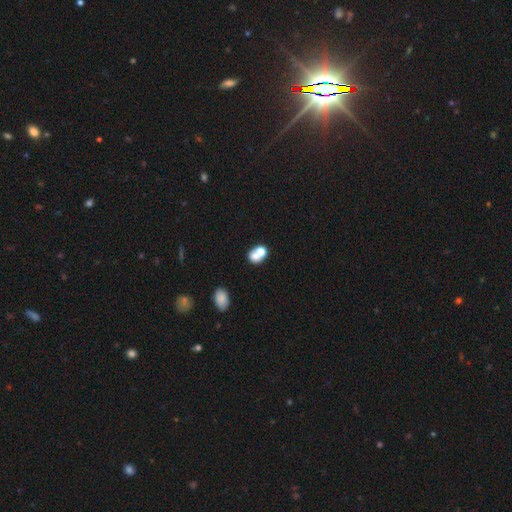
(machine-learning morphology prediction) Smooth or featured? Predicted: smooth (p=0.70). How rounded? Predicted: round (p=0.51). Merging? Predicted: merger (p=0.53).